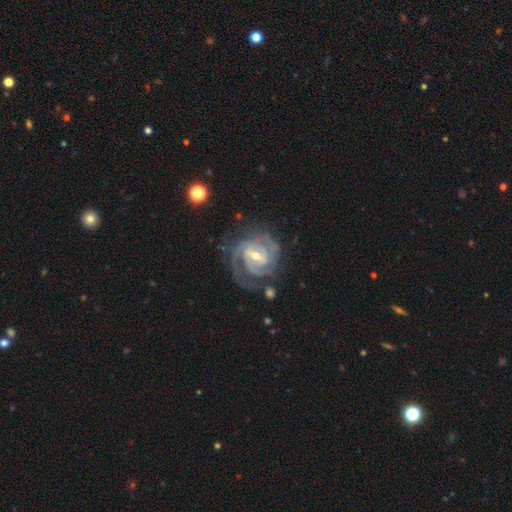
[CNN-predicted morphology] Overall: featured or disk (92%). Edge-on disk: no (98%). Bar: weak (48%; strong 35%). Spiral arms: yes (98%). Spiral arm count: 3 (36%; 2 35%). Spiral winding: tight (70%). Bulge size: moderate (49%; small 48%). Merging: none (70%).